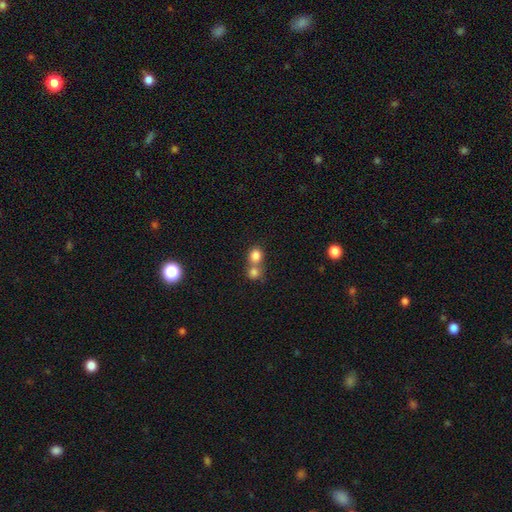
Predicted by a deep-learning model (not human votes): Q: Smooth or featured?
A: smooth (81%); runner-up: star or artifact (11%)
Q: How rounded?
A: round (81%); runner-up: in between (18%)
Q: Merging?
A: merger (52%); runner-up: none (40%)